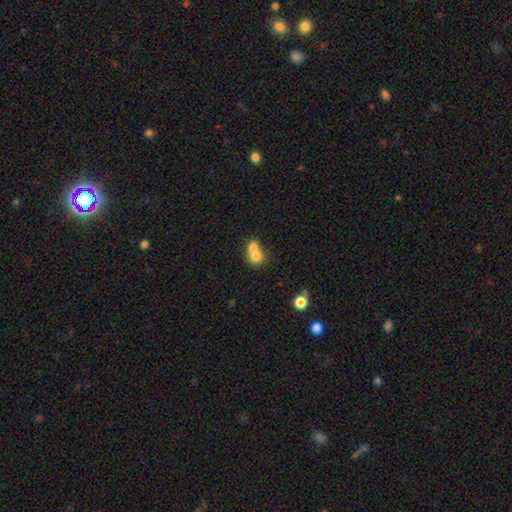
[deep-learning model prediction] smooth-or-featured: smooth: 73% | featured or disk: 17% | star or artifact: 10%
  how-rounded: round: 73% | in between: 26% | cigar-shaped: 1%
  merging: merger: 67% | none: 25% | minor disturbance: 5% | major disturbance: 3%